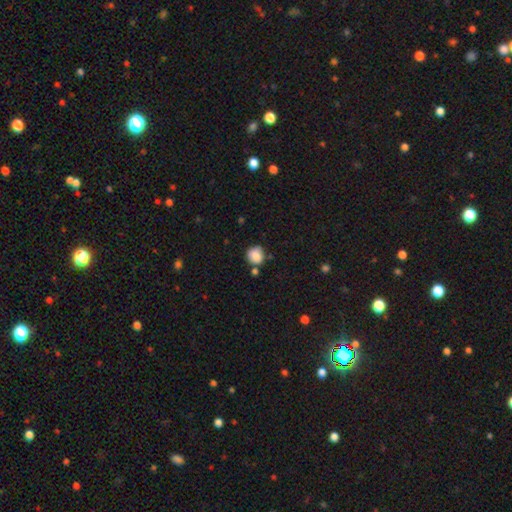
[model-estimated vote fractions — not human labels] A smooth galaxy with no disk features (84%) that is round (83%). Merging: none (65%).